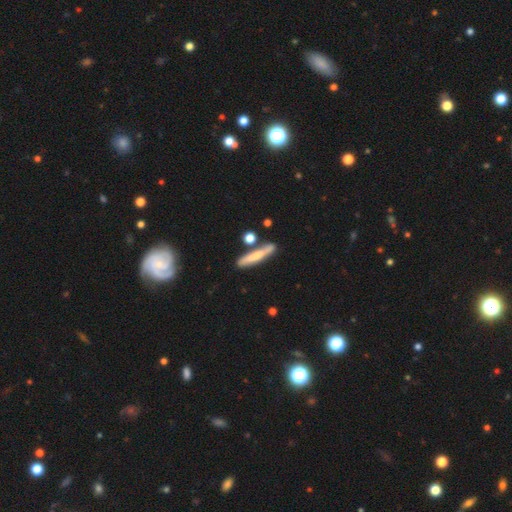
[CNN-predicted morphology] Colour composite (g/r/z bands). It shows a smooth galaxy with no disk features (62%) that is cigar-shaped (88%). Merging: none (73%).